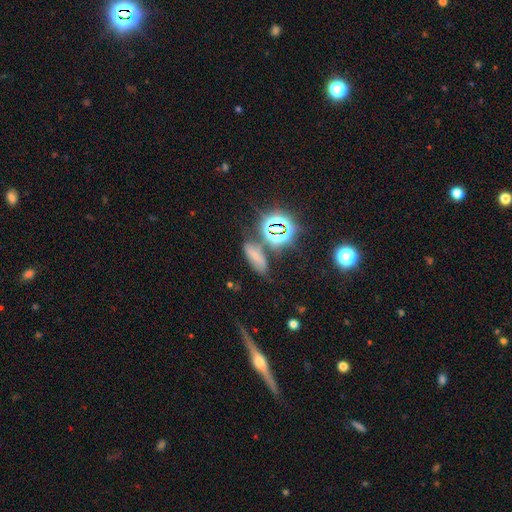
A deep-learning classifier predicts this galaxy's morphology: Q: Smooth or featured?
A: smooth (43%); runner-up: star or artifact (38%)
Q: Merging?
A: none (62%); runner-up: minor disturbance (18%)